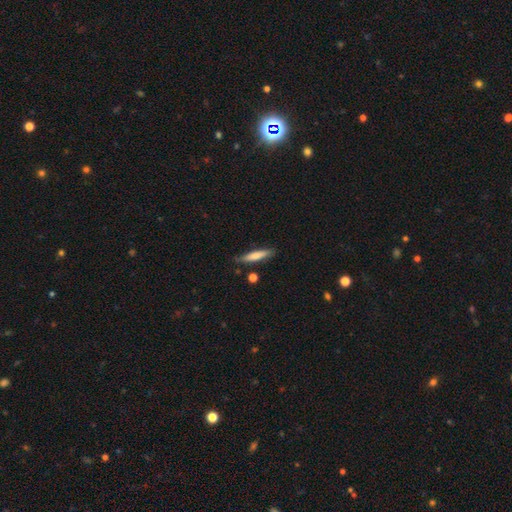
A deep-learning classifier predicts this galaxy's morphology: Overall: smooth (67%). How rounded: cigar-shaped (87%). Merging: none (81%).